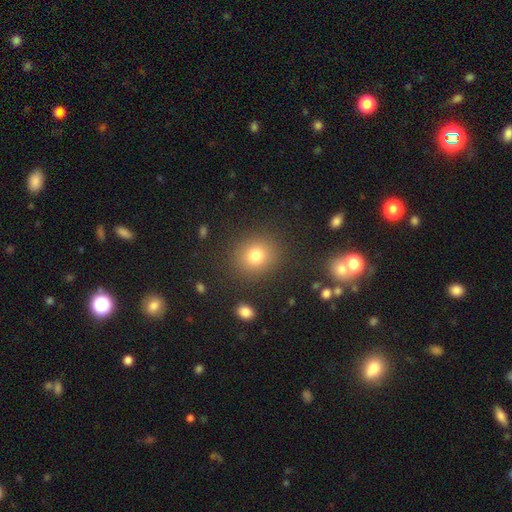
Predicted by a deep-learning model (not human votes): Smooth or featured: smooth — 78% (star or artifact — 14%)
How rounded: round — 80% (in between — 19%)
Merging: none — 86% (minor disturbance — 8%)